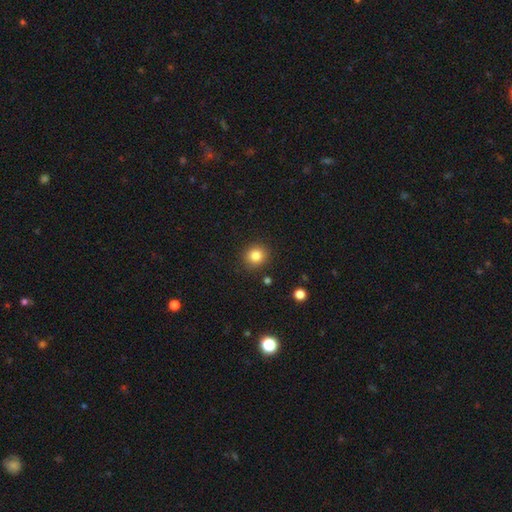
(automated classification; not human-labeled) The model was most divided on "smooth or featured": smooth: 83%, star or artifact: 11%, featured or disk: 5%. More confident: merging — none (89%); how rounded — round (87%).